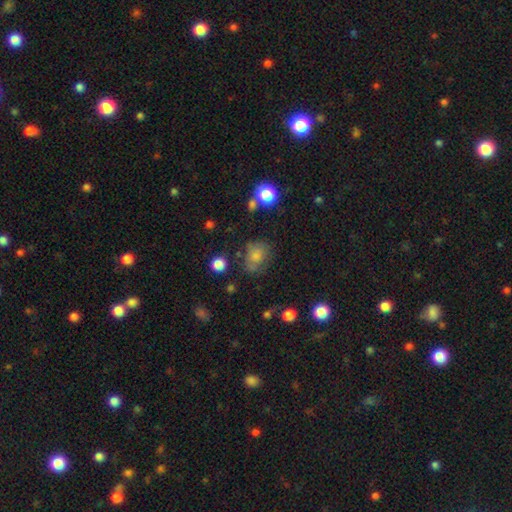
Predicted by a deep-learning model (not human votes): A smooth galaxy with no disk features (70%) that is in between round and cigar-shaped (50%).

Vote fractions:
- Smooth or featured? smooth: 70% / star or artifact: 16% / featured or disk: 14%
- How rounded? in between: 50% / round: 49% / cigar-shaped: 1%
- Merging? none: 59% / minor disturbance: 25% / major disturbance: 11% / merger: 5%